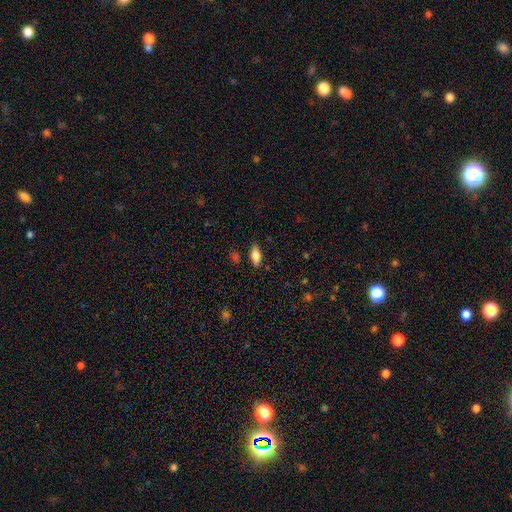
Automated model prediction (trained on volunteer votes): Morphology: type=smooth (78%); roundness=in between (81%); merging=none (85%).